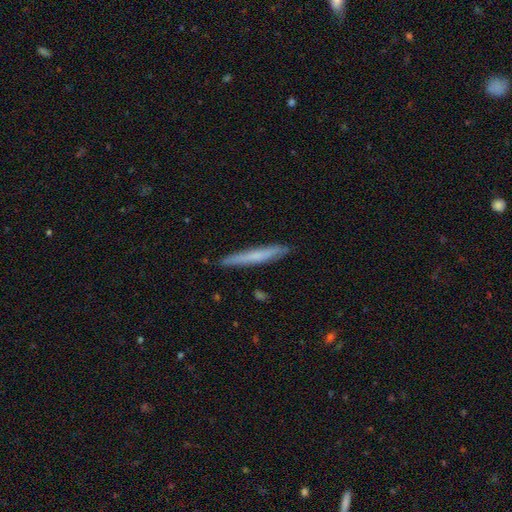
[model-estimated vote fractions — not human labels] Smooth or featured? Predicted: smooth (p=0.60). How rounded? Predicted: cigar-shaped (p=0.96). Merging? Predicted: none (p=0.90).